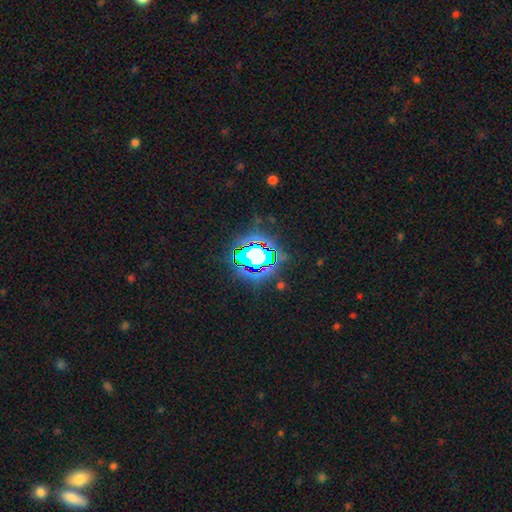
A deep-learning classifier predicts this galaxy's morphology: A star or artifact, not a galaxy (56%).